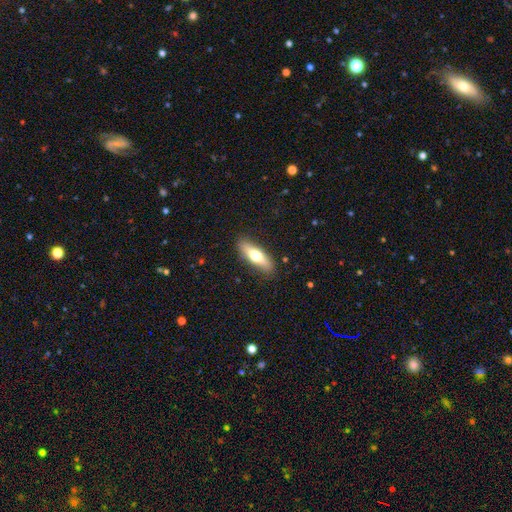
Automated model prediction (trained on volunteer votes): Morphology: type=smooth (56%); roundness=cigar-shaped (55%); merging=none (88%).